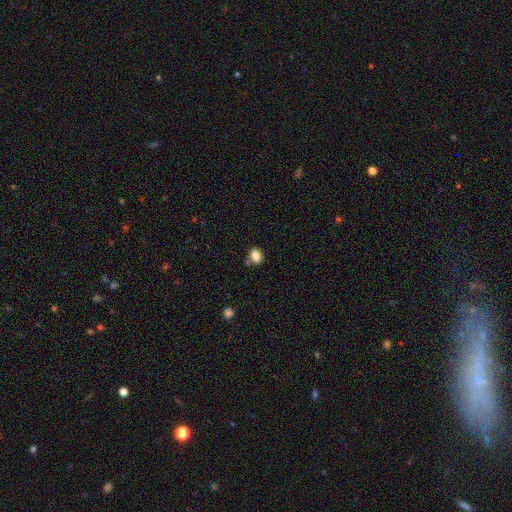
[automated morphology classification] This appears to be a smooth galaxy with no disk features (83%) that is in between round and cigar-shaped (55%). Merging: none (76%).